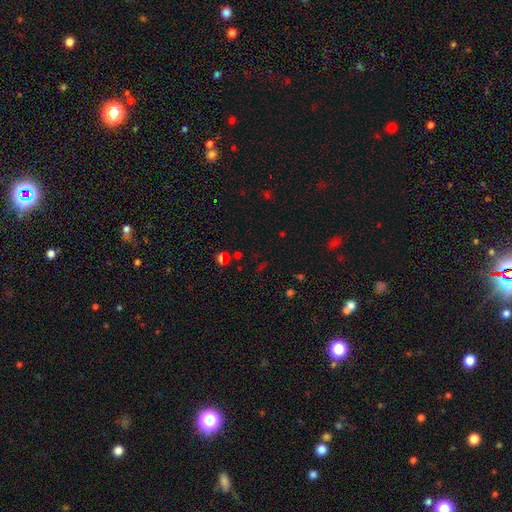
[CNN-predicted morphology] Smooth or featured: star or artifact — 62% (smooth — 29%)